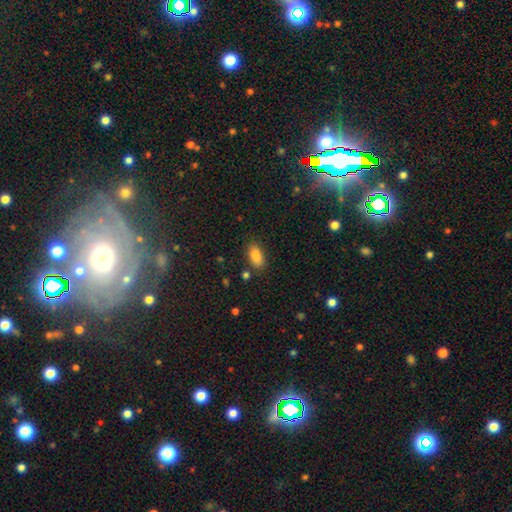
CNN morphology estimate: A smooth galaxy with no disk features (87%) that is in between round and cigar-shaped (90%). Merging: none (82%).